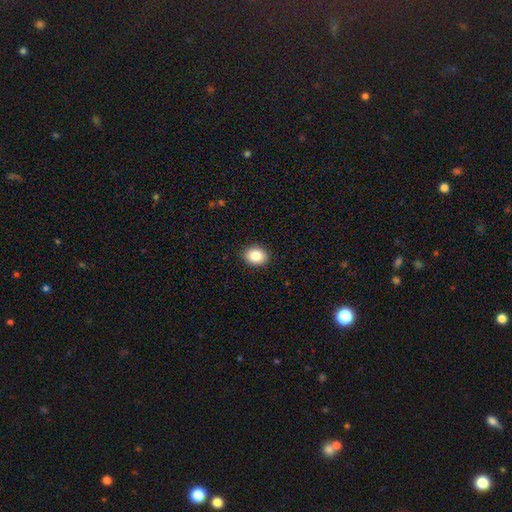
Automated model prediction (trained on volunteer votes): smooth-or-featured: smooth: 86% | star or artifact: 8% | featured or disk: 6%
  how-rounded: in between: 56% | round: 43% | cigar-shaped: 1%
  merging: none: 91% | minor disturbance: 6% | major disturbance: 2% | merger: 1%